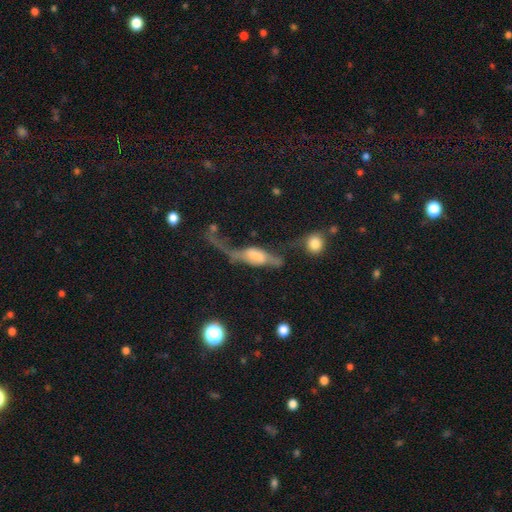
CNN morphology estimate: Smooth or featured? Predicted: featured or disk (p=0.57). Edge-on disk? Predicted: no (p=0.61). Merging? Predicted: major disturbance (p=0.49).